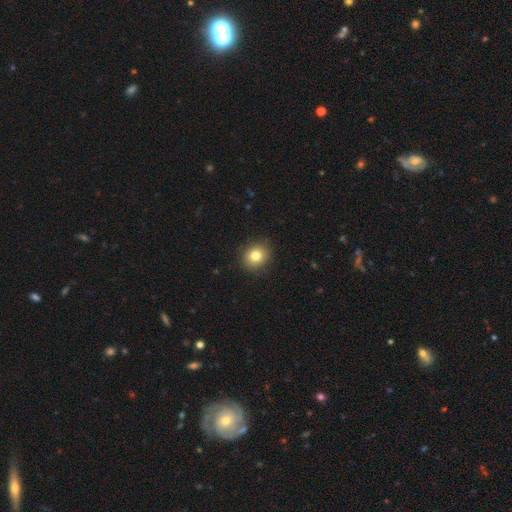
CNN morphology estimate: A smooth galaxy with no disk features (81%) that is round (72%). Merging: none (87%).